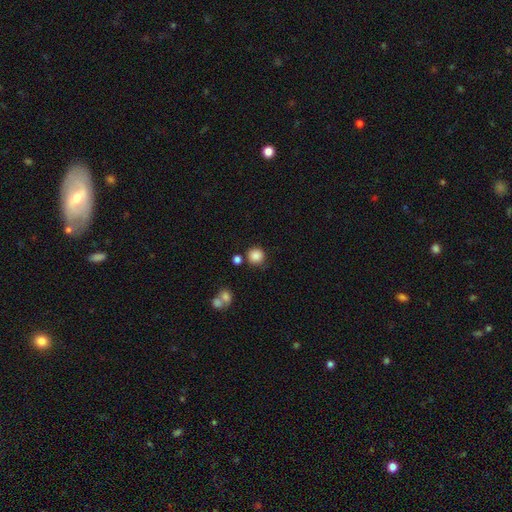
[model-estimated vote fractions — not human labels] This appears to be a smooth galaxy with no disk features (86%) that is round (93%). Merging: none (78%).